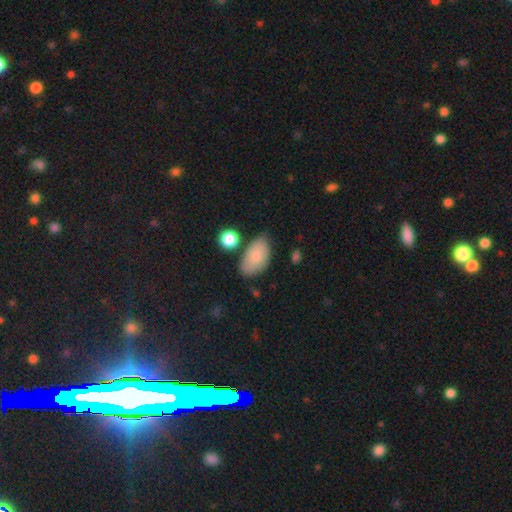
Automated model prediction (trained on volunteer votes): A smooth galaxy with no disk features (82%) that is in between round and cigar-shaped (94%).

Vote fractions:
- Smooth or featured? smooth: 82% / featured or disk: 12% / star or artifact: 6%
- How rounded? in between: 94% / round: 4% / cigar-shaped: 2%
- Merging? none: 61% / minor disturbance: 27% / merger: 7% / major disturbance: 6%